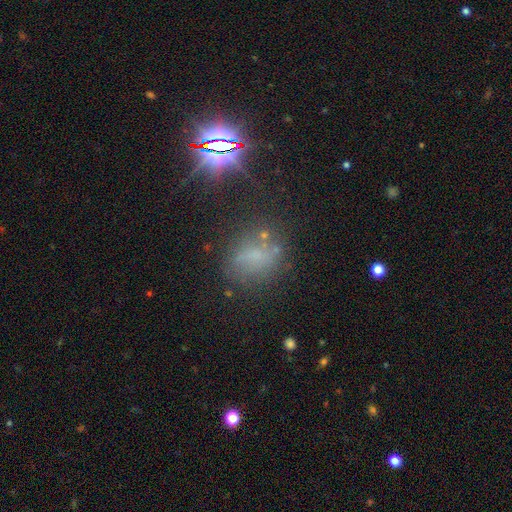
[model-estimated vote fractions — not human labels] Morphology: type=smooth (43%); merging=none (62%).